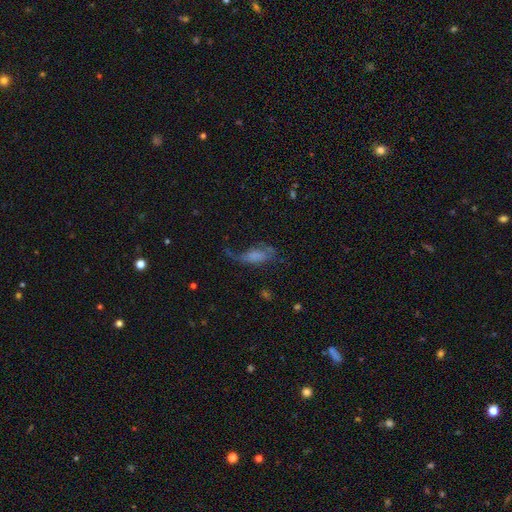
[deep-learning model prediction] The model was most divided on "merging": major disturbance: 40%, none: 29%, minor disturbance: 26%, merger: 5%. More confident: how rounded — in between (77%); smooth or featured — smooth (54%).